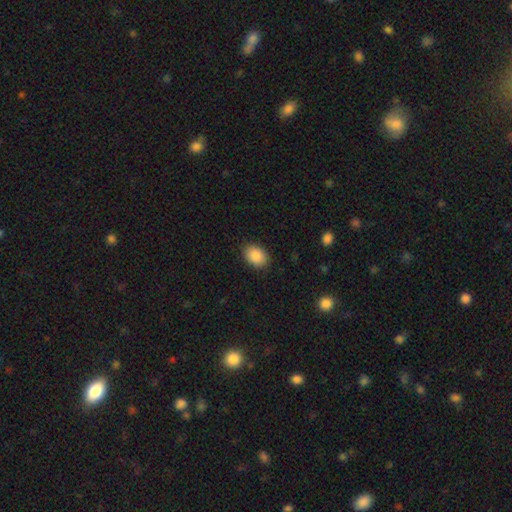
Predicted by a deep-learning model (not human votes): smooth 89%, star or artifact 7%, featured or disk 4%. Down the decision tree: how rounded — in between (76%); merging — none (88%).